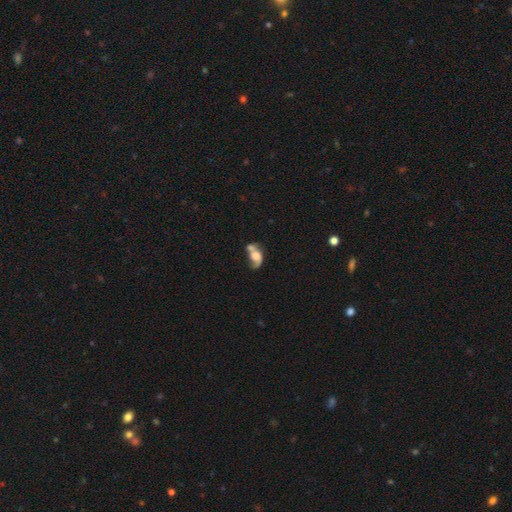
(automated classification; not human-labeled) smooth_or_featured: featured or disk (p=0.49) [alt: smooth p=0.42]
merging: merger (p=0.45) [alt: none p=0.23]